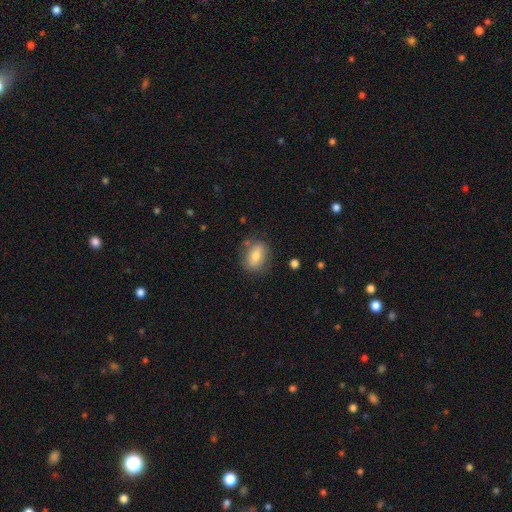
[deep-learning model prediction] A smooth galaxy with no disk features (73%) that is in between round and cigar-shaped (72%). Merging: none (77%).